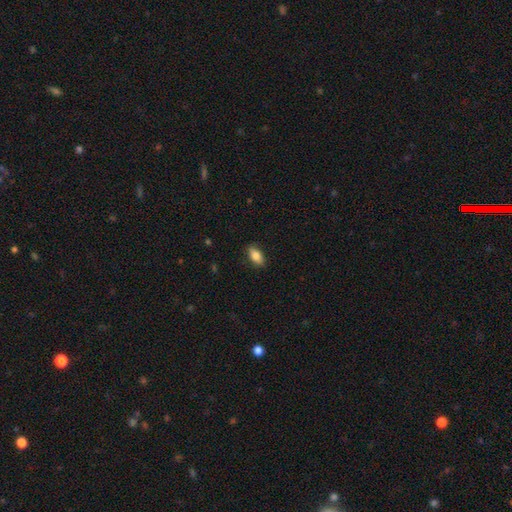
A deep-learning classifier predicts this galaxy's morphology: Smooth or featured: smooth — 83% (featured or disk — 10%)
How rounded: in between — 88% (cigar-shaped — 9%)
Merging: none — 87% (minor disturbance — 10%)